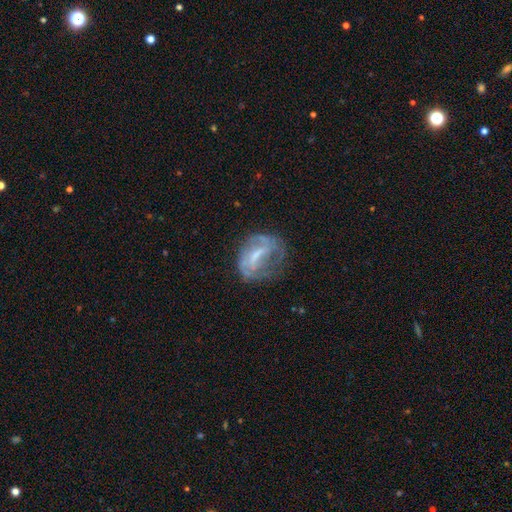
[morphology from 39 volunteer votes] A featured or disk galaxy (74%) with a strong bar (44%), medium (42%) spiral arms (70%) and no central bulge (41%).

Vote fractions:
- Smooth or featured? featured or disk: 74% / smooth: 18% / star or artifact: 8%
- Edge-on disk? no: 93% / yes: 7%
- Bar? strong: 44% / weak: 33% / no: 22%
- Spiral arms? yes: 70% / no: 30%
- Spiral winding? medium: 42% / tight: 37% / loose: 21%
- Spiral arm count? can't tell: 37% / 2: 32% / 3: 26% / more than 4: 5% / 1: 0% / 4: 0%
- Bulge size? none: 41% / small: 30% / large: 15% / moderate: 15% / dominant: 0%
- Merging? none: 47% / major disturbance: 36% / minor disturbance: 17% / merger: 0%